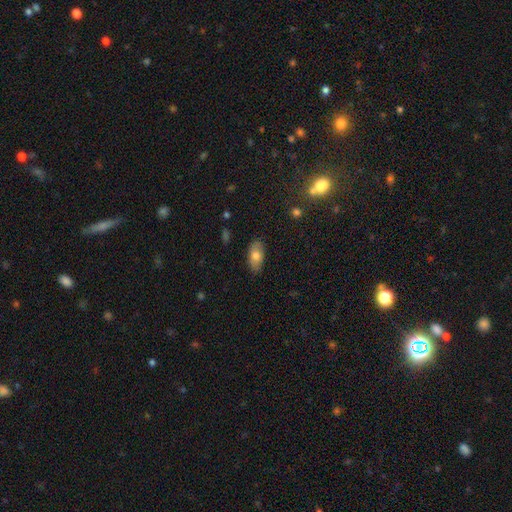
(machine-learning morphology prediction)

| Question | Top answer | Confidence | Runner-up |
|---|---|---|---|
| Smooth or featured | smooth | 75% | featured or disk (17%) |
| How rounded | in between | 91% | cigar-shaped (5%) |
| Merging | none | 81% | minor disturbance (15%) |